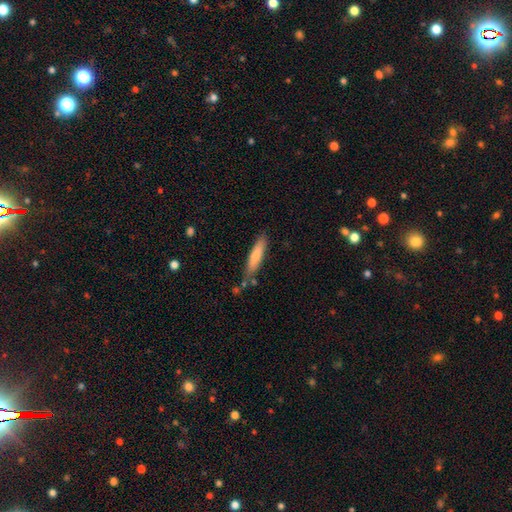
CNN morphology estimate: Smooth or featured? Predicted: smooth (p=0.73). How rounded? Predicted: cigar-shaped (p=0.82). Merging? Predicted: none (p=0.71).